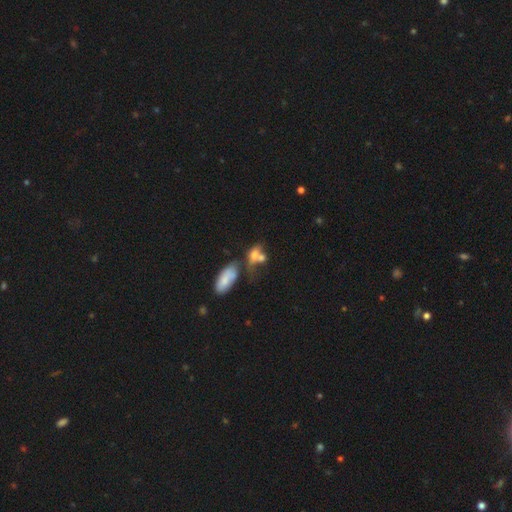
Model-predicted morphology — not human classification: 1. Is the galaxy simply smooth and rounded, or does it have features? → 61% smooth, 26% featured or disk, 13% star or artifact.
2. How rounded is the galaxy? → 74% in between, 18% round, 8% cigar-shaped.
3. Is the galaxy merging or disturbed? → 48% merger, 25% none, 14% major disturbance, 13% minor disturbance.